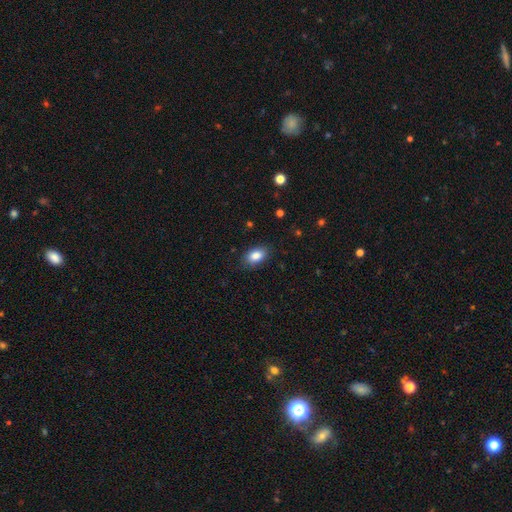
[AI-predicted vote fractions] smooth_or_featured: smooth (p=0.86) [alt: star or artifact p=0.08]
how_rounded: in between (p=0.90) [alt: round p=0.09]
merging: none (p=0.84) [alt: minor disturbance p=0.12]